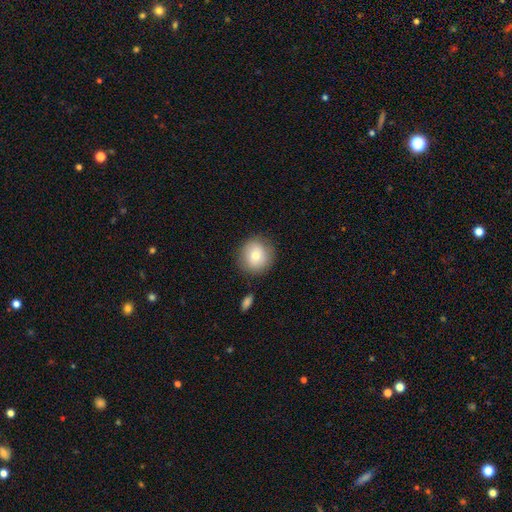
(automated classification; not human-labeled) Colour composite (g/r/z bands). It shows a smooth galaxy with no disk features (76%) that is round (90%). Merging: none (84%).